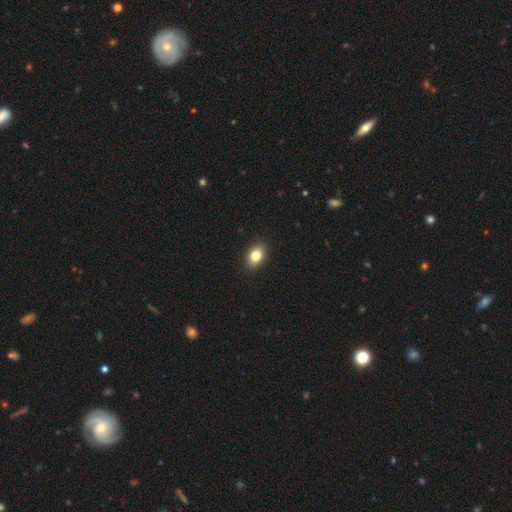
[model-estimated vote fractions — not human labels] The model was most divided on "how rounded": in between: 79%, round: 20%, cigar-shaped: 1%. More confident: merging — none (91%); smooth or featured — smooth (82%).